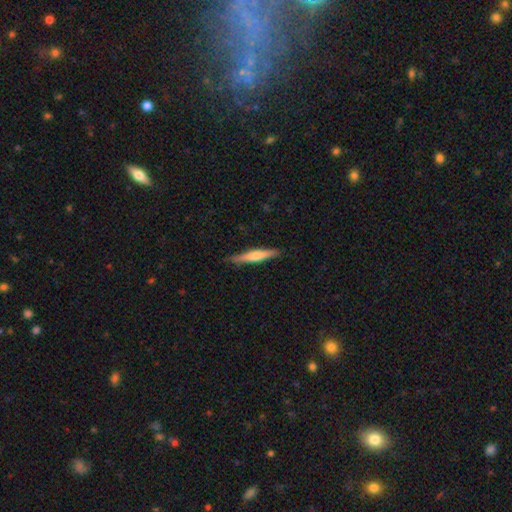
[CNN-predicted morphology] smooth_or_featured: smooth (p=0.51) [alt: featured or disk p=0.44]
how_rounded: cigar-shaped (p=0.92) [alt: in between p=0.06]
merging: none (p=0.86) [alt: minor disturbance p=0.11]